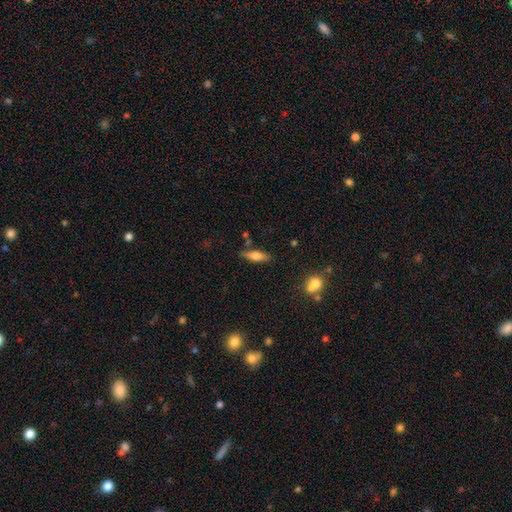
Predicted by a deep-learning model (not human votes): Morphology: type=smooth (58%); roundness=cigar-shaped (51%); merging=none (80%).